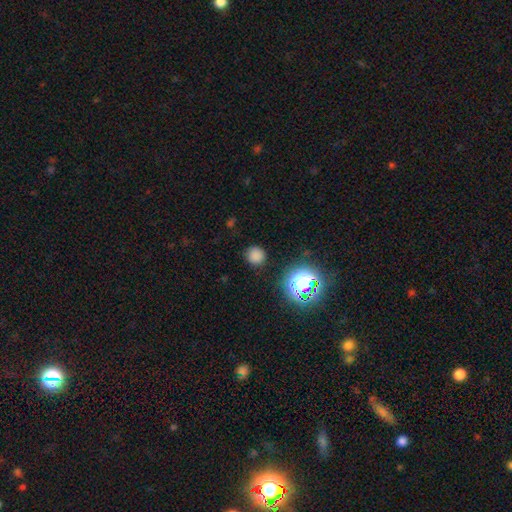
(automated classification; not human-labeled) Overall: smooth (75%). How rounded: round (93%). Merging: none (87%).